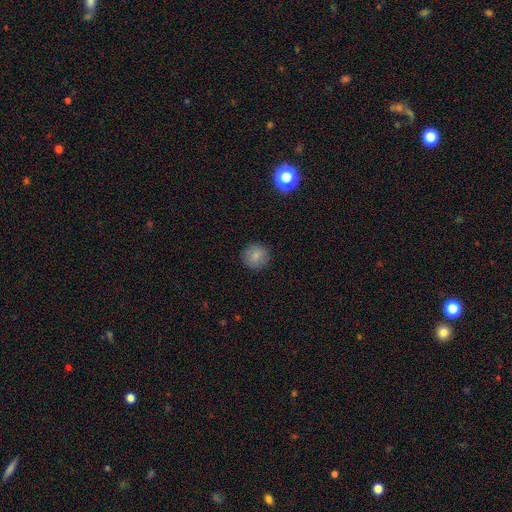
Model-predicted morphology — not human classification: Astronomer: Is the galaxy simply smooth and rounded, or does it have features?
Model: smooth — 84%.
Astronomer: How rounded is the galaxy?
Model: round — 95%.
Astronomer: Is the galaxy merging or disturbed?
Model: none — 91%.